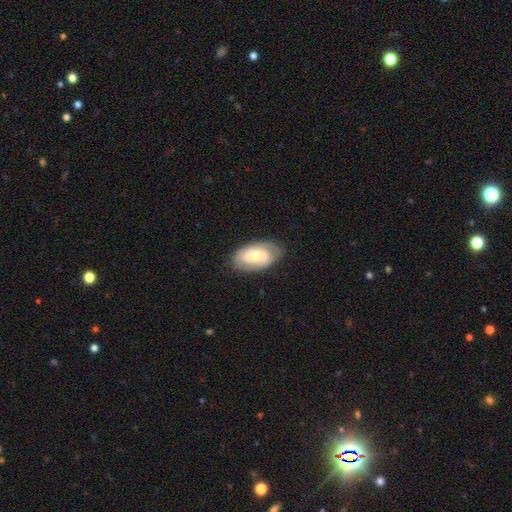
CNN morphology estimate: Overall: featured or disk (64%; smooth 30%). Edge-on disk: no (95%). Bar: no (56%; weak 35%). Spiral arms: yes (84%). Spiral arm count: 2 (64%). Spiral winding: tight (46%; medium 39%). Bulge size: moderate (55%; small 38%). Merging: none (78%).